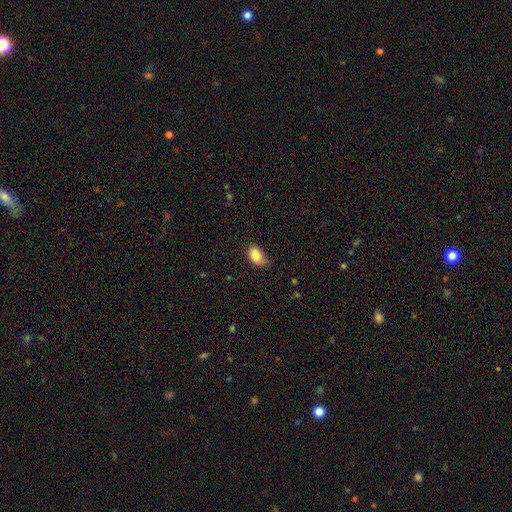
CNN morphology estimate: A smooth galaxy with no disk features (82%) that is in between round and cigar-shaped (89%). Merging: none (71%).